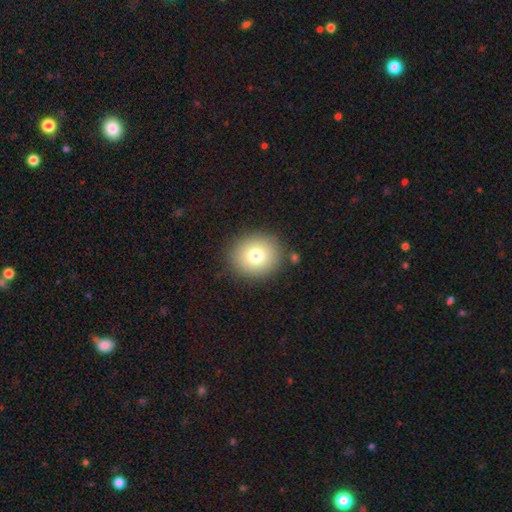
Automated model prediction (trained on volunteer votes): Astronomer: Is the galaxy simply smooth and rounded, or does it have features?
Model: smooth — 76%.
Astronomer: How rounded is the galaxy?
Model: round — 86%.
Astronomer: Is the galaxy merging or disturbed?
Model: none — 88%.